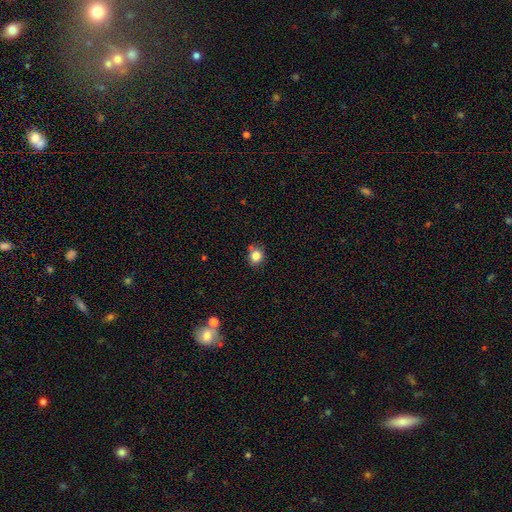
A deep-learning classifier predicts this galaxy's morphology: smooth_or_featured: smooth (p=0.83) [alt: star or artifact p=0.11]
how_rounded: round (p=0.73) [alt: in between p=0.26]
merging: none (p=0.75) [alt: minor disturbance p=0.16]